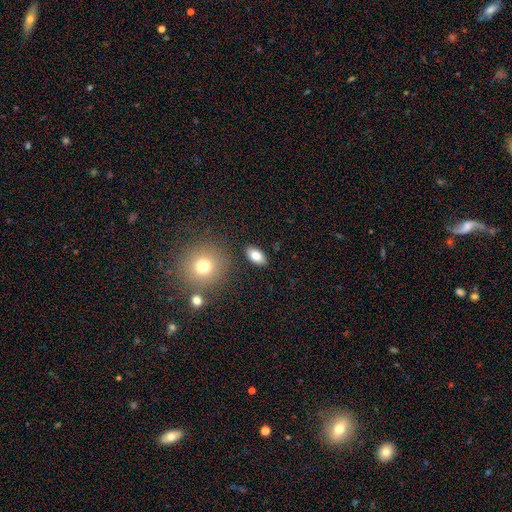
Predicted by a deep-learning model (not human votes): Overall: smooth (81%). How rounded: in between (91%). Merging: none (85%).